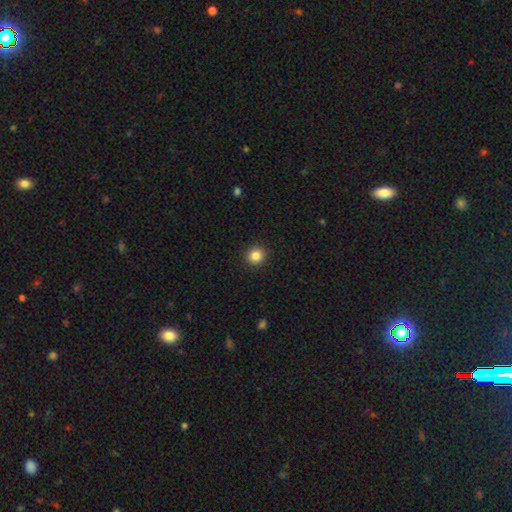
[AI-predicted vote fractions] Q: Smooth or featured?
A: smooth (85%); runner-up: star or artifact (11%)
Q: How rounded?
A: round (93%); runner-up: in between (6%)
Q: Merging?
A: none (93%); runner-up: minor disturbance (5%)